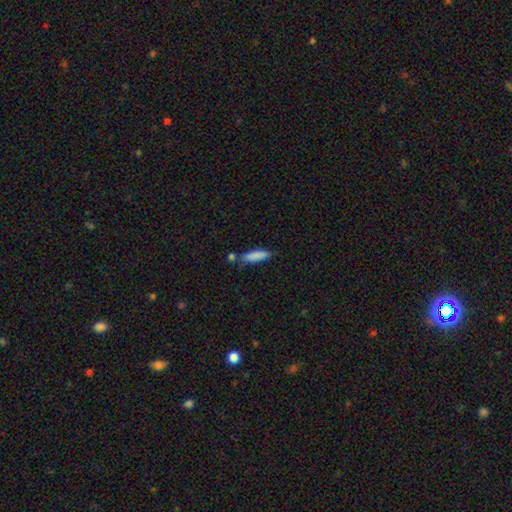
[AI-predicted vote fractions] smooth_or_featured: smooth (p=0.85) [alt: featured or disk p=0.08]
how_rounded: cigar-shaped (p=0.66) [alt: in between p=0.32]
merging: none (p=0.62) [alt: minor disturbance p=0.20]